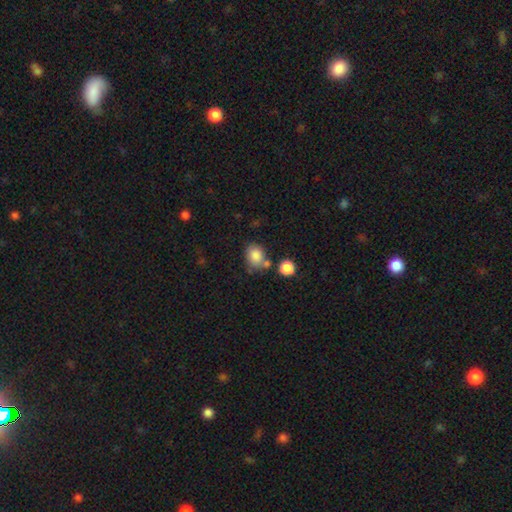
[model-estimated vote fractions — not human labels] Q: Smooth or featured?
A: smooth (83%); runner-up: star or artifact (9%)
Q: How rounded?
A: round (54%); runner-up: in between (45%)
Q: Merging?
A: none (60%); runner-up: merger (18%)